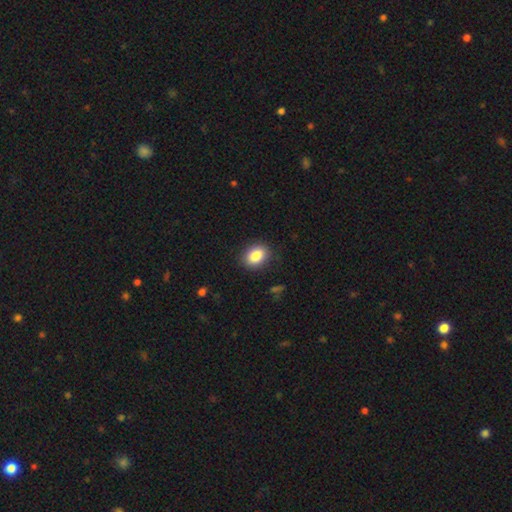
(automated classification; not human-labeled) A smooth galaxy with no disk features (85%) that is in between round and cigar-shaped (71%).

Vote fractions:
- Smooth or featured? smooth: 85% / star or artifact: 9% / featured or disk: 6%
- How rounded? in between: 71% / round: 28% / cigar-shaped: 1%
- Merging? none: 87% / minor disturbance: 9% / major disturbance: 3% / merger: 1%